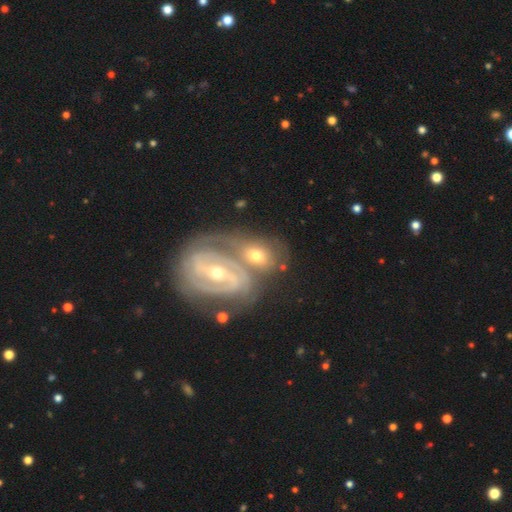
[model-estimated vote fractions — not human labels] Q: Smooth or featured?
A: featured or disk (67%); runner-up: smooth (26%)
Q: Edge-on disk?
A: no (95%); runner-up: yes (5%)
Q: Bar?
A: weak (36%); runner-up: no (33%)
Q: Spiral arms?
A: yes (87%); runner-up: no (13%)
Q: Spiral winding?
A: tight (52%); runner-up: medium (40%)
Q: Spiral arm count?
A: 2 (65%); runner-up: 3 (14%)
Q: Bulge size?
A: moderate (53%); runner-up: small (41%)
Q: Merging?
A: merger (46%); runner-up: none (35%)